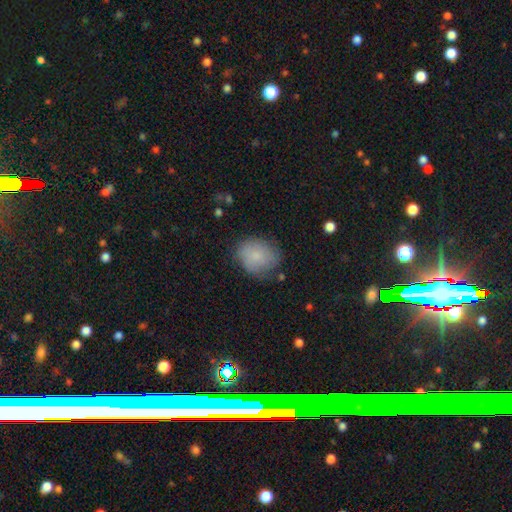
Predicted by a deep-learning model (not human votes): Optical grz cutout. It shows a smooth galaxy with no disk features (79%) that is round (51%). Merging: none (69%).